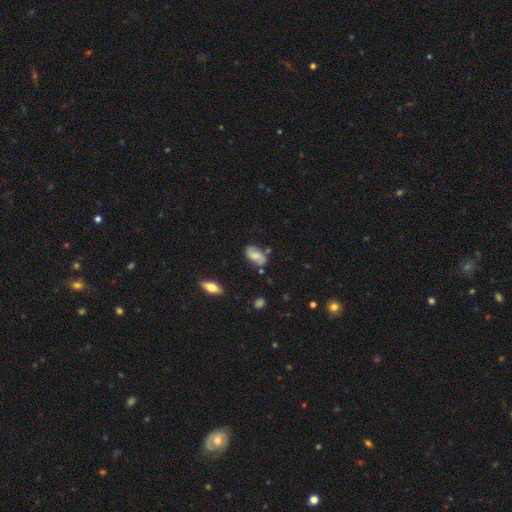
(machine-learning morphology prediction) Overall: smooth (50%; featured or disk 42%). How rounded: in between (91%). Merging: none (67%).